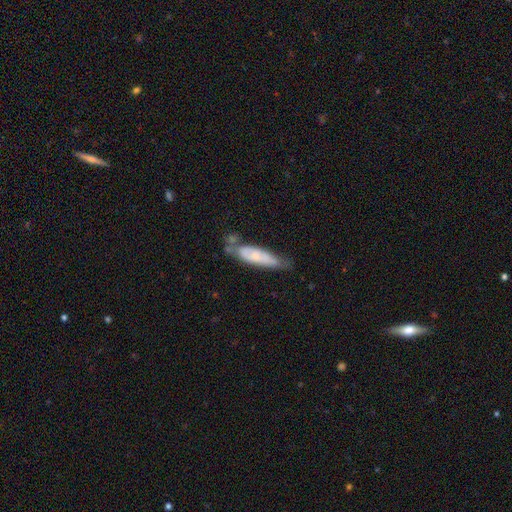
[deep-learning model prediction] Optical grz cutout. It shows a smooth galaxy with no disk features (50%). Merging: none (40%).